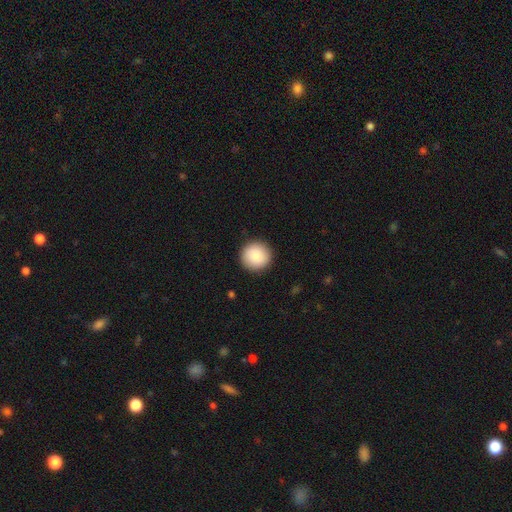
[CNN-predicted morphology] The model was most divided on "smooth or featured": smooth: 87%, star or artifact: 7%, featured or disk: 6%. More confident: how rounded — round (95%); merging — none (92%).